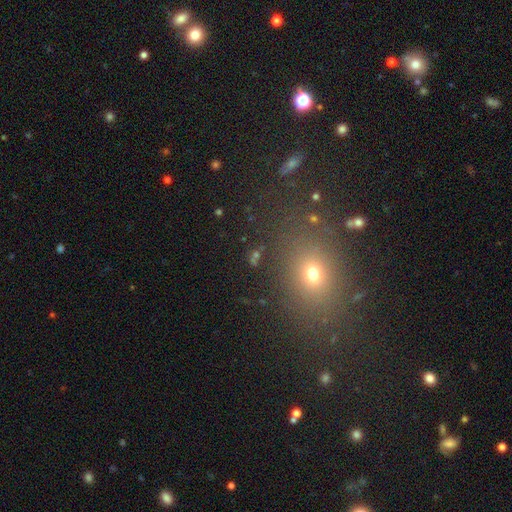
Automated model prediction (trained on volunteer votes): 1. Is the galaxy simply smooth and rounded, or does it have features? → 53% smooth, 34% star or artifact, 13% featured or disk.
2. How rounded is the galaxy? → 55% in between, 40% round, 5% cigar-shaped.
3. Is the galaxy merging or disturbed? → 80% none, 10% minor disturbance, 6% major disturbance, 5% merger.